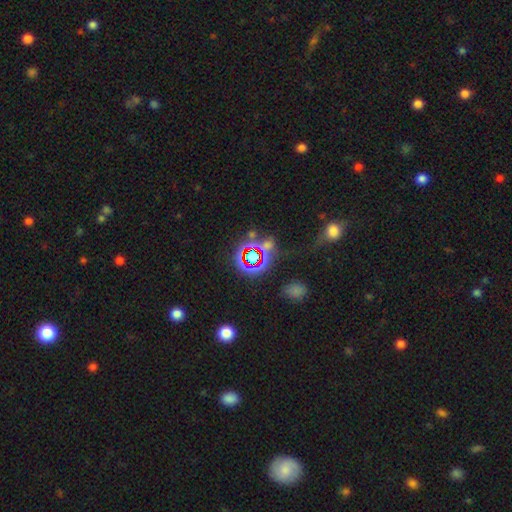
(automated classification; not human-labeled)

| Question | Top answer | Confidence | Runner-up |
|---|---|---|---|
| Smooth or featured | star or artifact | 72% | smooth (19%) |